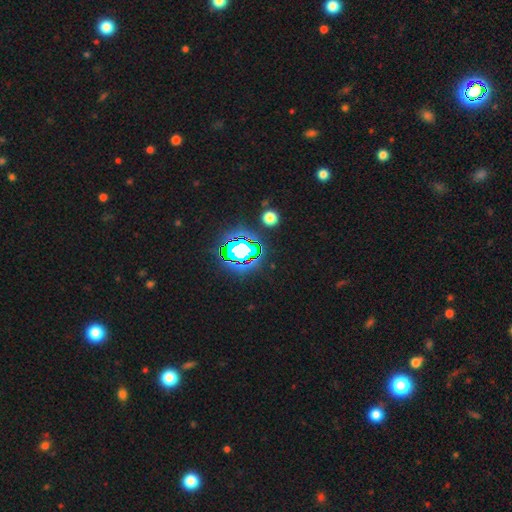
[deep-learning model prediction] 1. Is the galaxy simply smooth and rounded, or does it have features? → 82% star or artifact, 11% smooth, 7% featured or disk.